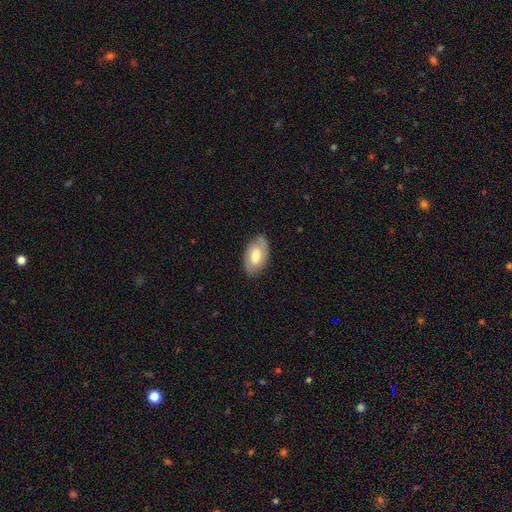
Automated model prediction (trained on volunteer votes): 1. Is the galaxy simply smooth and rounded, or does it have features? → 50% smooth, 44% featured or disk, 6% star or artifact.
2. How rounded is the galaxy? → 93% in between, 5% round, 2% cigar-shaped.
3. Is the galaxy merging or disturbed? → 83% none, 13% minor disturbance, 3% major disturbance, 1% merger.